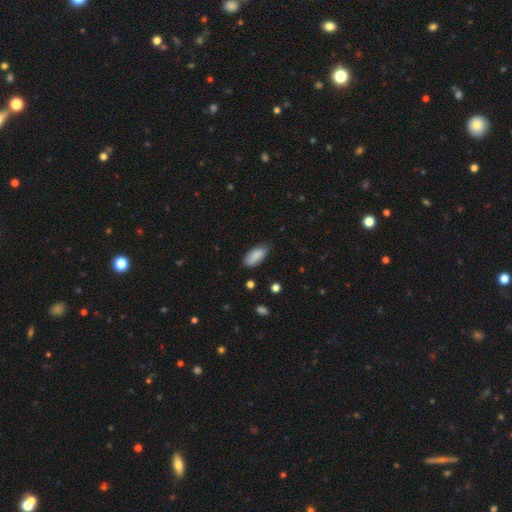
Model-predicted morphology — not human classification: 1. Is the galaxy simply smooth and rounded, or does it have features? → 87% smooth, 7% star or artifact, 6% featured or disk.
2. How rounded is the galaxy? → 87% in between, 11% cigar-shaped, 2% round.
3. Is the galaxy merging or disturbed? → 75% none, 21% minor disturbance, 3% major disturbance, 2% merger.